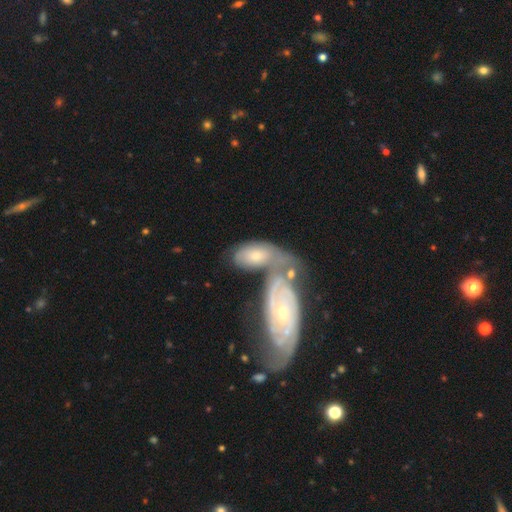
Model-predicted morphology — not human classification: type=smooth (49%); merging=merger (53%).